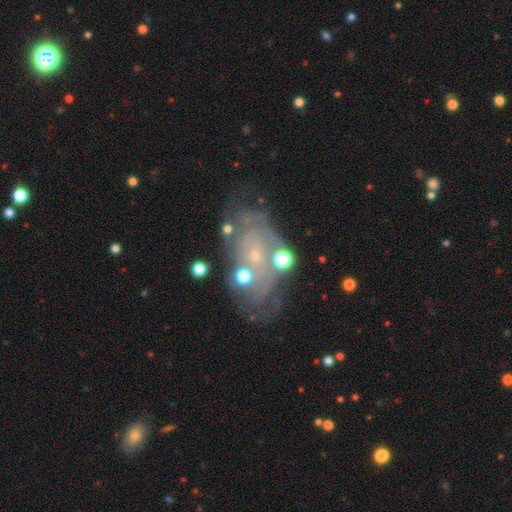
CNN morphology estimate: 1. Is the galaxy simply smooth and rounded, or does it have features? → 77% featured or disk, 13% smooth, 10% star or artifact.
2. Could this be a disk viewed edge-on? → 95% no, 5% yes.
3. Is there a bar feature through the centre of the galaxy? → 78% no, 18% weak, 5% strong.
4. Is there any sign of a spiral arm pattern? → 80% yes, 20% no.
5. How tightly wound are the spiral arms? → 68% tight, 24% medium, 9% loose.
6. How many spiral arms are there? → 55% can't tell, 18% 2, 10% 3, 7% 4, 6% more than 4, 5% 1.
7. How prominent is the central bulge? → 80% small, 12% moderate, 5% none, 1% large, 1% dominant.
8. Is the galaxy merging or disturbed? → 61% none, 20% minor disturbance, 12% major disturbance, 8% merger.